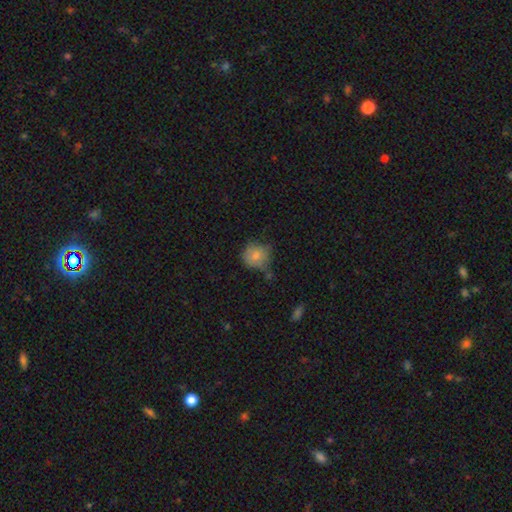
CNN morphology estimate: A smooth galaxy with no disk features (79%) that is round (83%).

Vote fractions:
- Smooth or featured? smooth: 79% / featured or disk: 11% / star or artifact: 9%
- How rounded? round: 83% / in between: 16% / cigar-shaped: 1%
- Merging? none: 58% / minor disturbance: 29% / major disturbance: 8% / merger: 5%